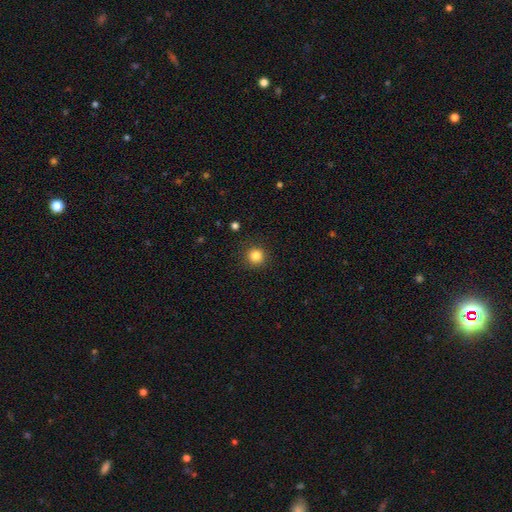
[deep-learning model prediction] smooth-or-featured: smooth: 84% | star or artifact: 12% | featured or disk: 4%
  how-rounded: round: 94% | in between: 5% | cigar-shaped: 1%
  merging: none: 91% | minor disturbance: 6% | major disturbance: 2% | merger: 1%